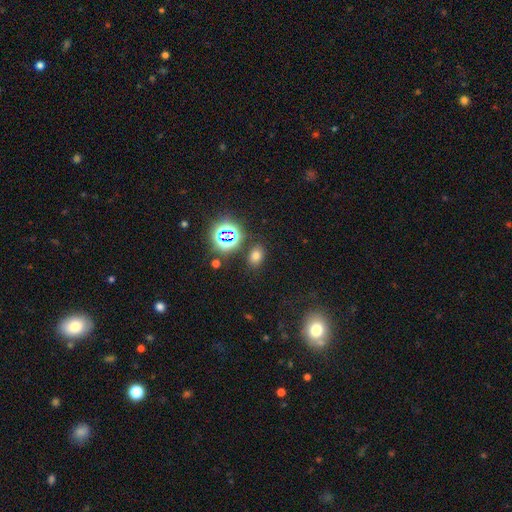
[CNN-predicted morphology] Smooth or featured: smooth — 67% (star or artifact — 26%)
How rounded: in between — 73% (round — 26%)
Merging: none — 83% (minor disturbance — 10%)